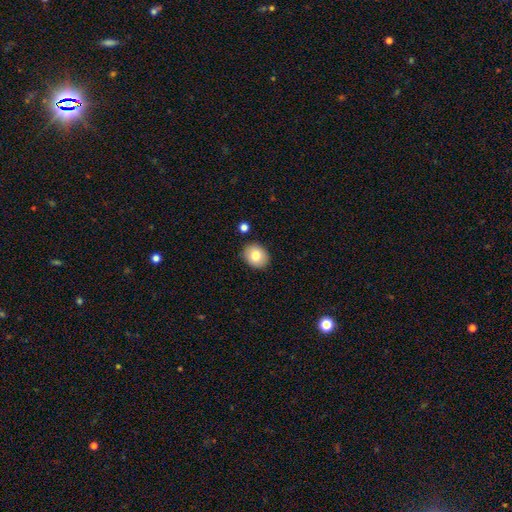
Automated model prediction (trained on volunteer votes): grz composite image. It shows a smooth galaxy with no disk features (80%) that is round (64%). Merging: none (88%).